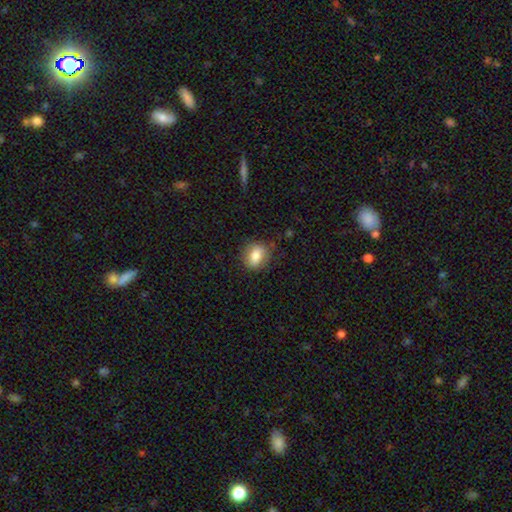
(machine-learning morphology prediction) A smooth galaxy with no disk features (76%) that is in between round and cigar-shaped (51%).

Vote fractions:
- Smooth or featured? smooth: 76% / featured or disk: 16% / star or artifact: 8%
- How rounded? in between: 51% / round: 47% / cigar-shaped: 1%
- Merging? none: 78% / minor disturbance: 16% / major disturbance: 5% / merger: 1%